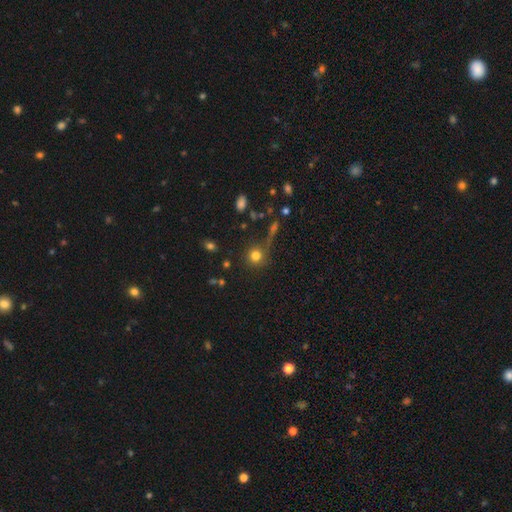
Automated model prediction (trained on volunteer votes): smooth-or-featured: smooth: 78% | star or artifact: 14% | featured or disk: 8%
  how-rounded: round: 92% | in between: 7% | cigar-shaped: 1%
  merging: none: 73% | minor disturbance: 11% | merger: 9% | major disturbance: 7%